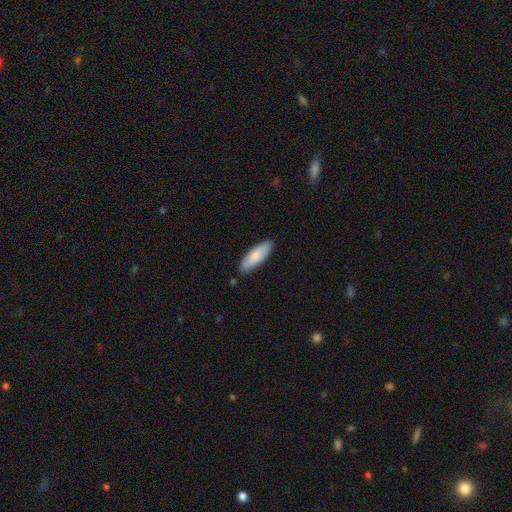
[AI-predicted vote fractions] This is likely a smooth galaxy (77%). How rounded: possibly in between (59%). Merging: clearly none (85%).